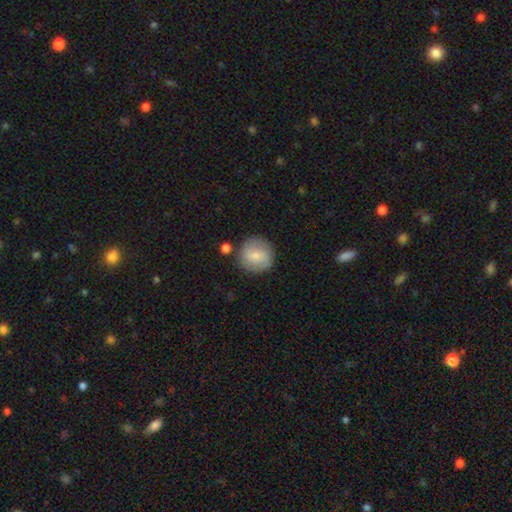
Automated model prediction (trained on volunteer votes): Smooth or featured? Predicted: smooth (p=0.68). How rounded? Predicted: round (p=0.94). Merging? Predicted: none (p=0.81).